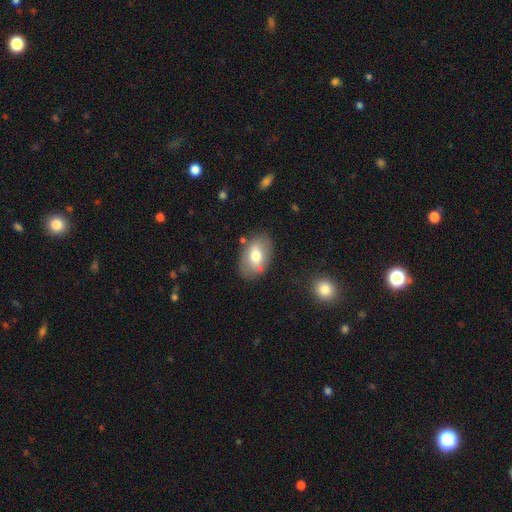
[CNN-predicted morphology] Smooth or featured? Predicted: smooth (p=0.70). How rounded? Predicted: in between (p=0.88). Merging? Predicted: none (p=0.77).